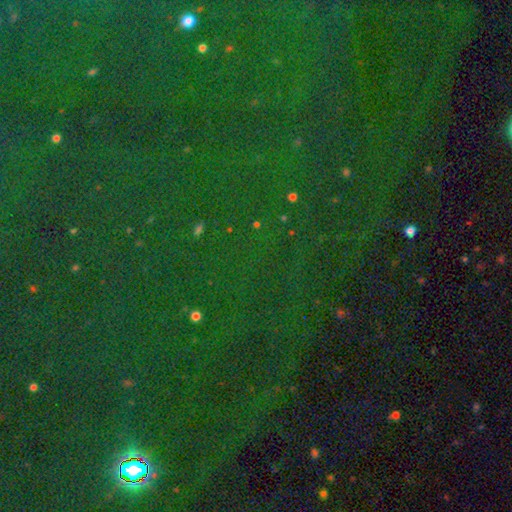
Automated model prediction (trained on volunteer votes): Q: Smooth or featured?
A: star or artifact (80%); runner-up: smooth (11%)